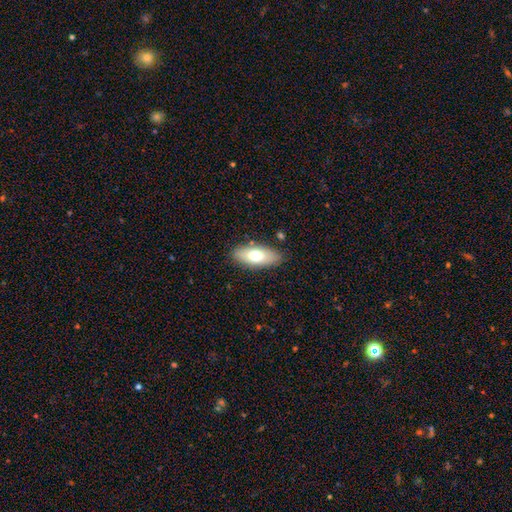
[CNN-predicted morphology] Smooth or featured? smooth (69%)
How rounded? in between (83%)
Merging? none (85%)